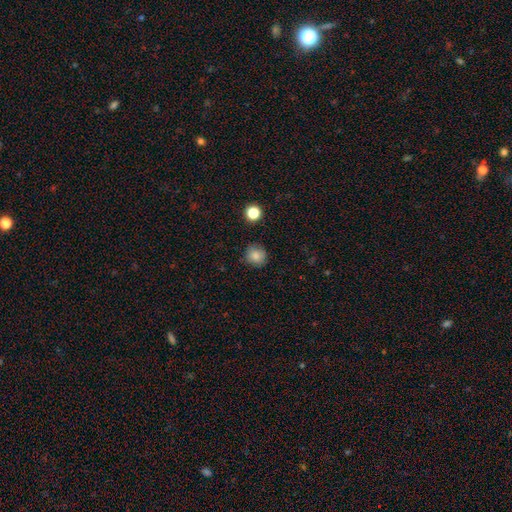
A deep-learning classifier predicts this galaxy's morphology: This is clearly a smooth galaxy (83%). How rounded: clearly round (90%). Merging: clearly none (86%).